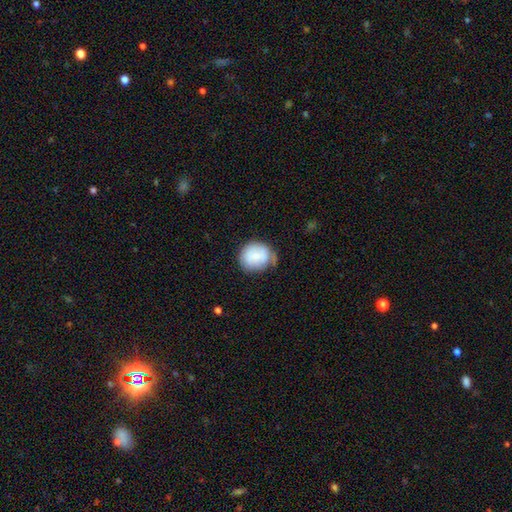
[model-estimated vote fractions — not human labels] The model was most divided on "merging": none: 53%, minor disturbance: 32%, major disturbance: 10%, merger: 5%. More confident: how rounded — round (78%); smooth or featured — smooth (70%).